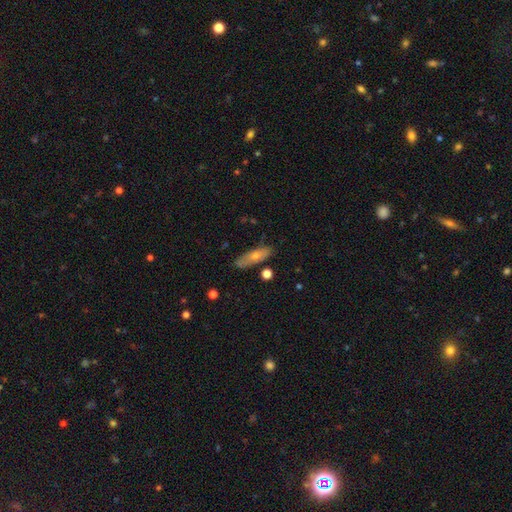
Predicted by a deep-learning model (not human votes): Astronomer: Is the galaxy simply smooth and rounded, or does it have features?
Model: smooth — 53% (runner-up: featured or disk, 38%).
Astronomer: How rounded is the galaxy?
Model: cigar-shaped — 52% (runner-up: in between, 45%).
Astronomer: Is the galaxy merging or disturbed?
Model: none — 79%.